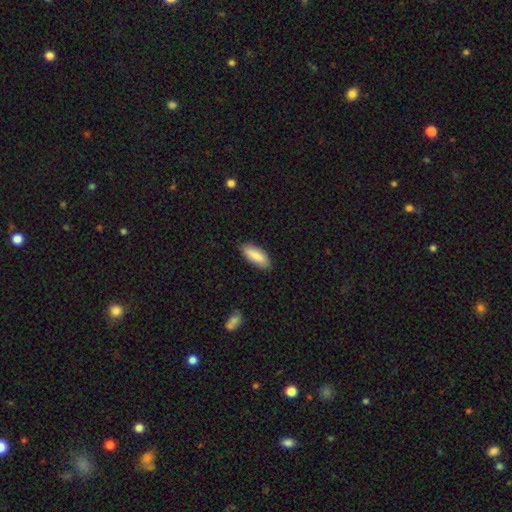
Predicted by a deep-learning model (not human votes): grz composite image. It shows a smooth galaxy with no disk features (83%) that is in between round and cigar-shaped (77%). Merging: none (86%).